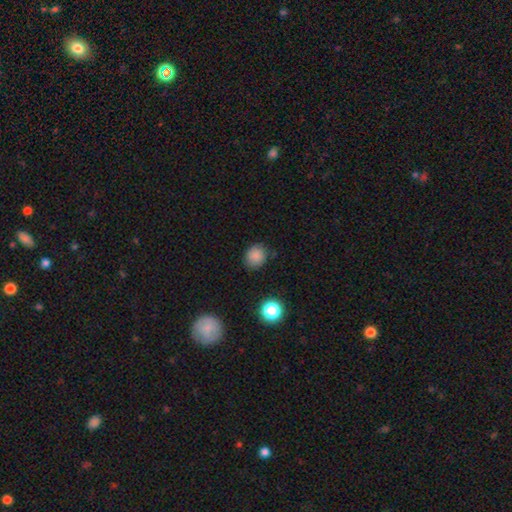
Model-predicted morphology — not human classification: Q: Smooth or featured?
A: smooth (84%); runner-up: star or artifact (12%)
Q: How rounded?
A: round (77%); runner-up: in between (22%)
Q: Merging?
A: none (80%); runner-up: minor disturbance (15%)